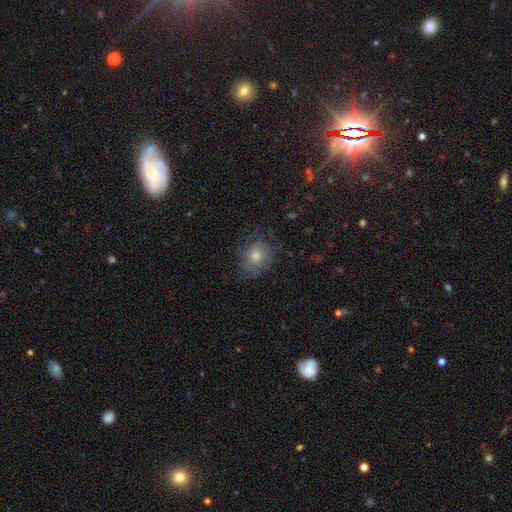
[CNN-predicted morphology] smooth-or-featured: smooth: 54% | featured or disk: 29% | star or artifact: 17%
  how-rounded: round: 69% | in between: 30% | cigar-shaped: 1%
  merging: none: 71% | minor disturbance: 18% | major disturbance: 9% | merger: 1%